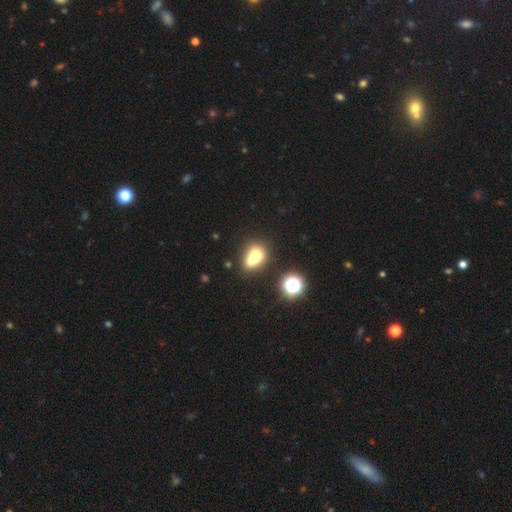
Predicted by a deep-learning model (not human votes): smooth-or-featured: smooth: 74% | star or artifact: 15% | featured or disk: 12%
  how-rounded: in between: 70% | round: 25% | cigar-shaped: 5%
  merging: none: 61% | minor disturbance: 19% | merger: 14% | major disturbance: 7%